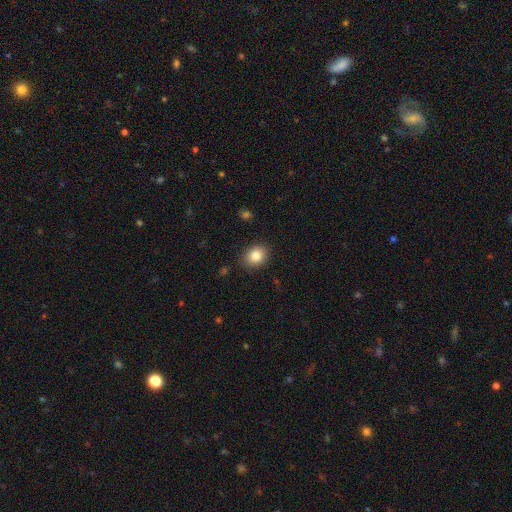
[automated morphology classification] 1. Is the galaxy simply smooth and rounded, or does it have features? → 85% smooth, 9% star or artifact, 6% featured or disk.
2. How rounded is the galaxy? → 53% in between, 46% round, 1% cigar-shaped.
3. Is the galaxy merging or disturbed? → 86% none, 11% minor disturbance, 3% major disturbance, 1% merger.